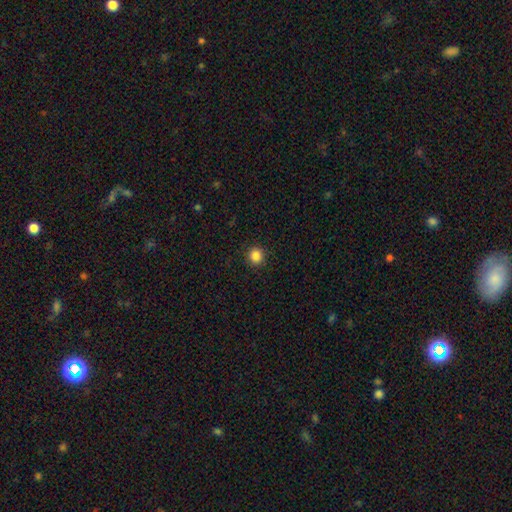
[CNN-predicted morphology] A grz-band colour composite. It shows a smooth galaxy with no disk features (86%) that is round (94%). Merging: none (92%).